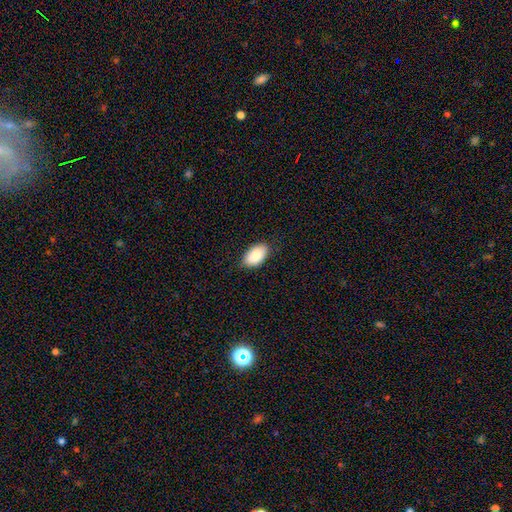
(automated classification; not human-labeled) smooth_or_featured: smooth (p=0.87) [alt: featured or disk p=0.06]
how_rounded: in between (p=0.95) [alt: round p=0.04]
merging: none (p=0.83) [alt: minor disturbance p=0.14]